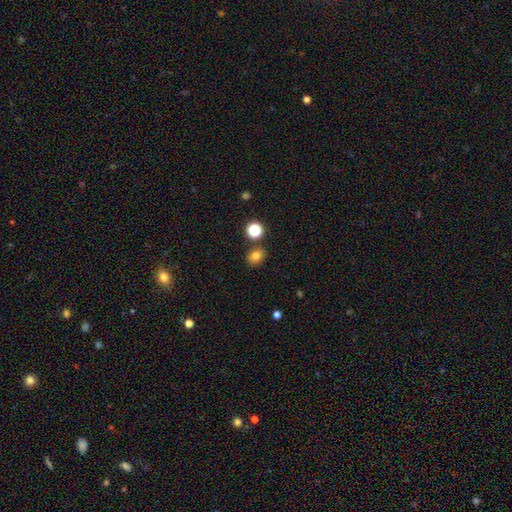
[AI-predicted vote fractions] Smooth or featured? smooth (78%)
How rounded? round (52%)
Merging? none (82%)